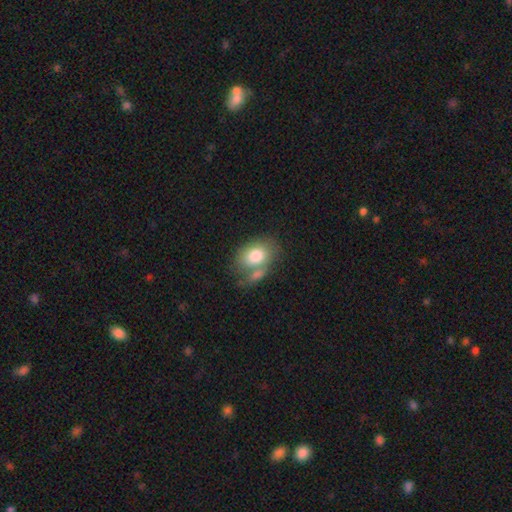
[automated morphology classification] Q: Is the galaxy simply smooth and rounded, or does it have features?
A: smooth — 78%.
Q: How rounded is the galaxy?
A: in between — 78%.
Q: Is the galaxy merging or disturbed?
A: none — 44%.